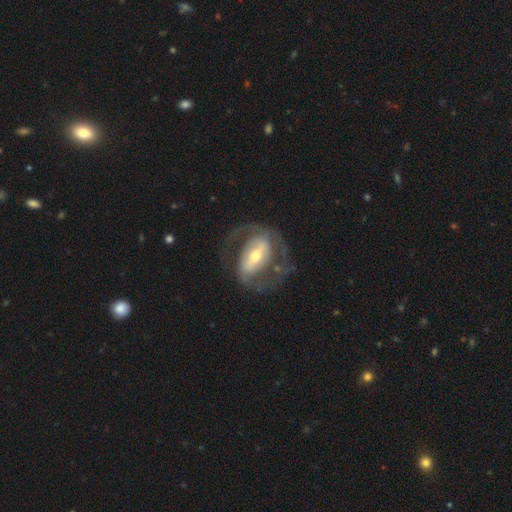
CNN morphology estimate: A featured or disk galaxy (85%) with a strong bar (57%), 2 (85%) medium (52%) spiral arms (86%) and a moderate central bulge (52%). Merging: none (66%).